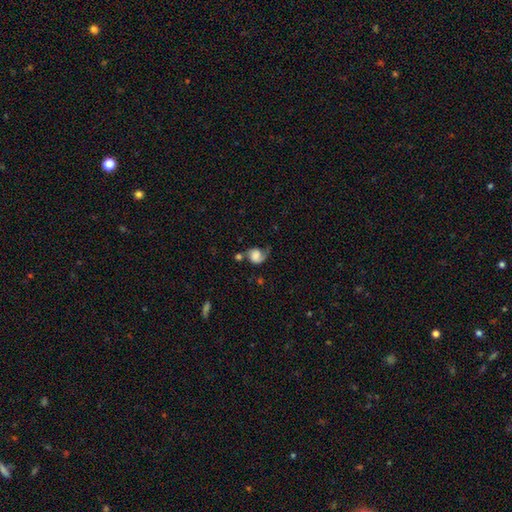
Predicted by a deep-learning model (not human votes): The model was most divided on "merging": none: 37%, minor disturbance: 27%, major disturbance: 26%, merger: 10%. More confident: how rounded — round (62%); smooth or featured — smooth (55%).